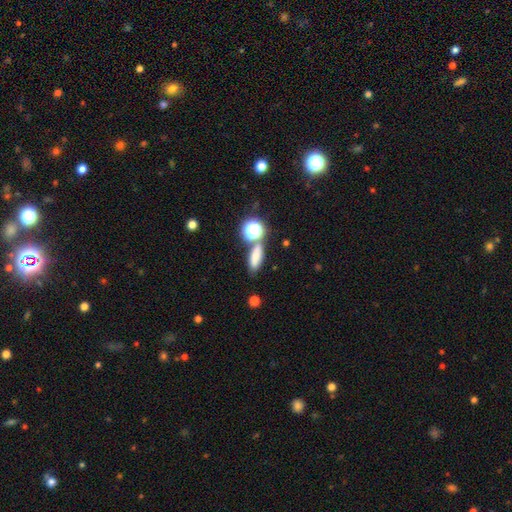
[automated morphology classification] smooth-or-featured: smooth: 74% | star or artifact: 16% | featured or disk: 10%
  how-rounded: in between: 59% | cigar-shaped: 24% | round: 17%
  merging: none: 65% | merger: 18% | minor disturbance: 12% | major disturbance: 5%